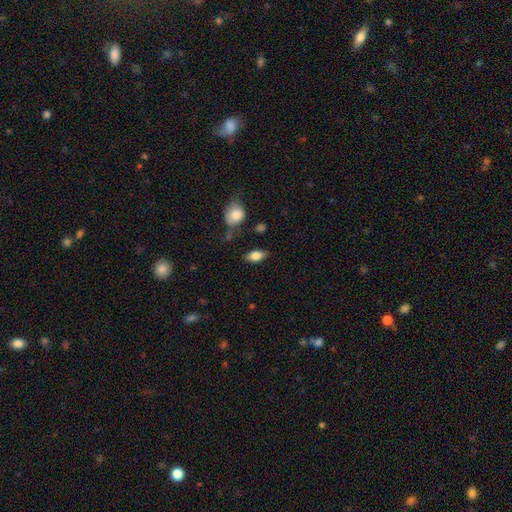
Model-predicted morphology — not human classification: Smooth or featured? smooth (78%)
How rounded? in between (87%)
Merging? none (79%)